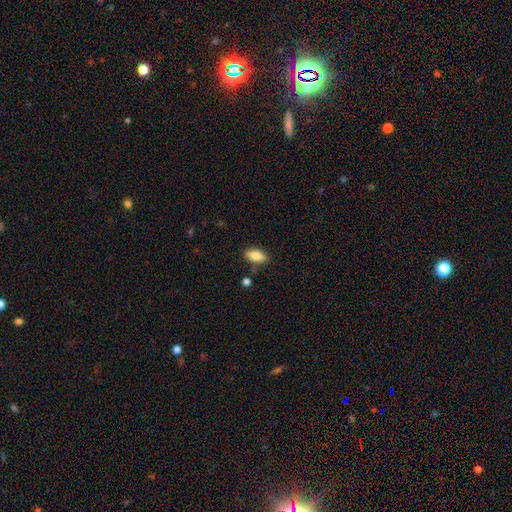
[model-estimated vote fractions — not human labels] A smooth galaxy with no disk features (79%) that is in between round and cigar-shaped (83%).

Vote fractions:
- Smooth or featured? smooth: 79% / featured or disk: 14% / star or artifact: 7%
- How rounded? in between: 83% / cigar-shaped: 14% / round: 3%
- Merging? none: 83% / minor disturbance: 11% / merger: 3% / major disturbance: 2%